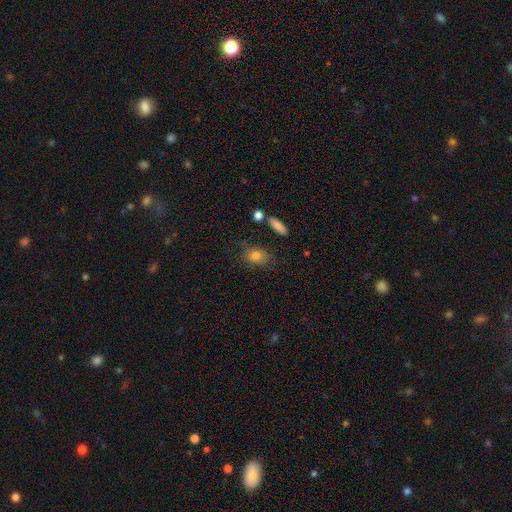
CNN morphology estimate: smooth-or-featured: smooth: 80% | featured or disk: 11% | star or artifact: 9%
  how-rounded: in between: 65% | round: 32% | cigar-shaped: 2%
  merging: none: 73% | minor disturbance: 18% | major disturbance: 5% | merger: 4%